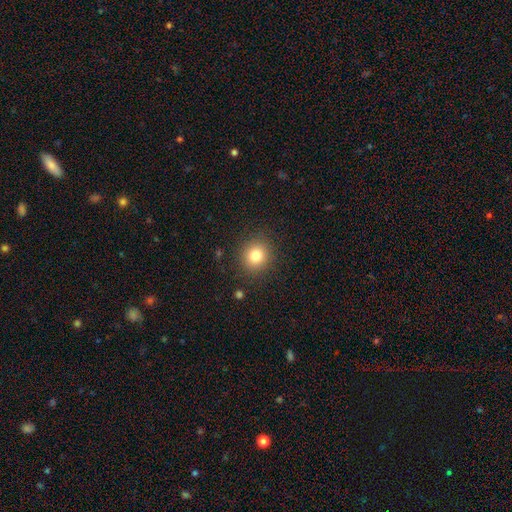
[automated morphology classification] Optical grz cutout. It shows a smooth galaxy with no disk features (81%) that is round (86%). Merging: none (88%).